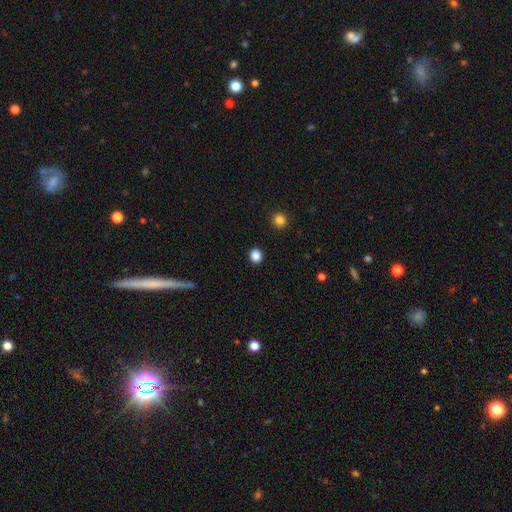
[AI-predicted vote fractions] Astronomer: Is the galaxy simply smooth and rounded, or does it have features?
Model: smooth — 86%.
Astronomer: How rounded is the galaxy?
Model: round — 79%.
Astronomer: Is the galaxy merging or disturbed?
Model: none — 92%.